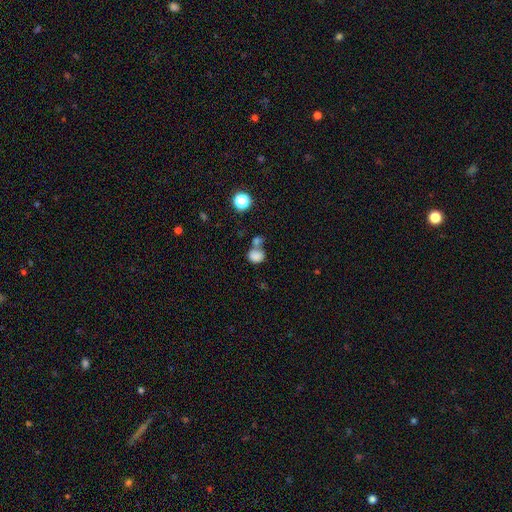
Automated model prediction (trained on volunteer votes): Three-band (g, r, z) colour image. It shows a smooth galaxy with no disk features (80%) that is round (58%). Merging: merger (46%).